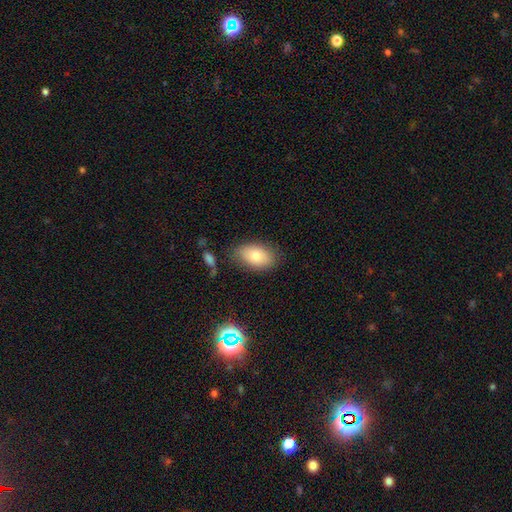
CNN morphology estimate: The model was most divided on "smooth or featured": smooth: 77%, featured or disk: 12%, star or artifact: 10%. More confident: how rounded — in between (91%); merging — none (80%).